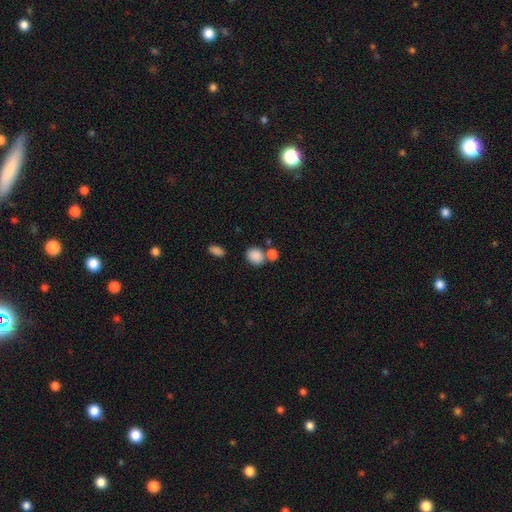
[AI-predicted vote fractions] Q: Smooth or featured?
A: smooth (86%); runner-up: star or artifact (9%)
Q: How rounded?
A: round (56%); runner-up: in between (43%)
Q: Merging?
A: none (57%); runner-up: merger (28%)